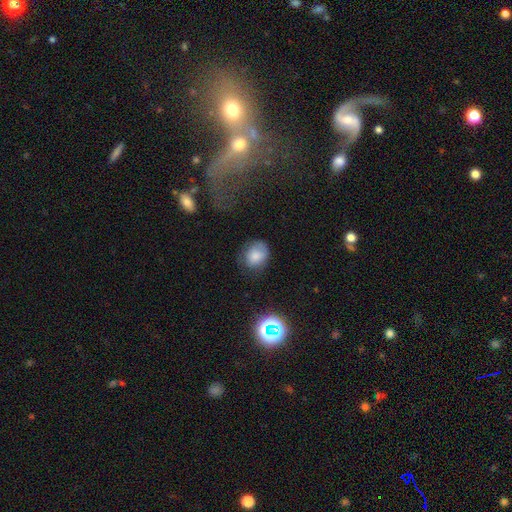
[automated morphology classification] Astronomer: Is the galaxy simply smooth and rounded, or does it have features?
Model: smooth — 77%.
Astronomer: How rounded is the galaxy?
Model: round — 52% (runner-up: in between, 47%).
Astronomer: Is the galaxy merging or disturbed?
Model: none — 61%.